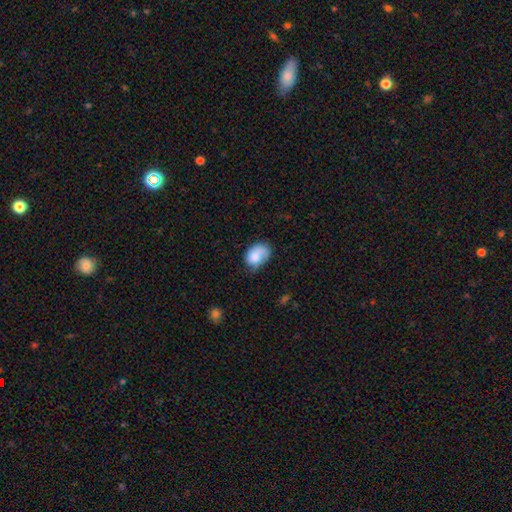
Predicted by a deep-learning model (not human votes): Q: Smooth or featured?
A: smooth (73%); runner-up: featured or disk (20%)
Q: How rounded?
A: in between (80%); runner-up: round (19%)
Q: Merging?
A: none (45%); runner-up: minor disturbance (36%)